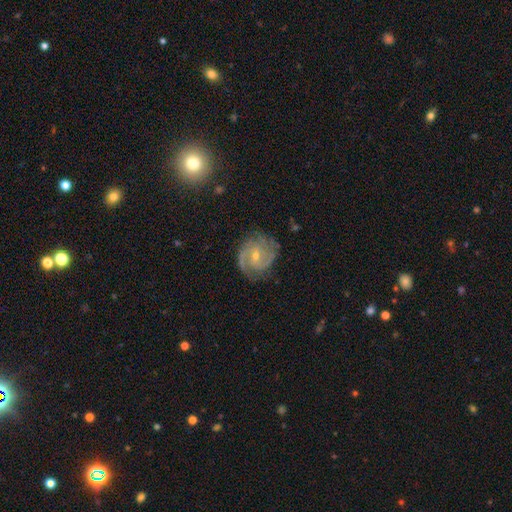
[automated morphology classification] This is clearly a featured or disk galaxy (86%). It is clearly not viewed edge-on (98%). Bar: possibly no (50%). Spiral arm pattern: clearly yes (97%). Spiral arm count: possibly 2 (46%). Spiral winding: possibly tight (51%). Central bulge: likely small (66%). Merging: likely none (76%).